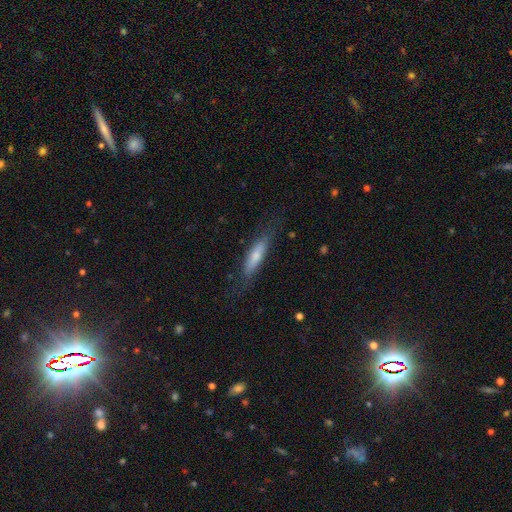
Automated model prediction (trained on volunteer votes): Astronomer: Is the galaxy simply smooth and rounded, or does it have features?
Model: smooth — 62%.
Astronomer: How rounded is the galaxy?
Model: cigar-shaped — 74%.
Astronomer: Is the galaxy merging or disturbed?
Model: none — 75%.